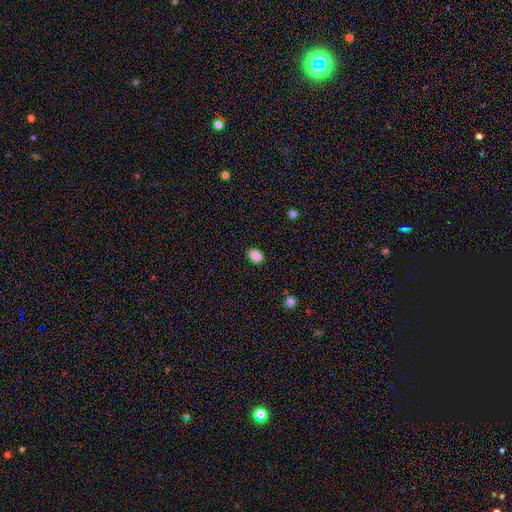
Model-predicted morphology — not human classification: Smooth or featured? smooth (88%)
How rounded? in between (70%)
Merging? none (88%)